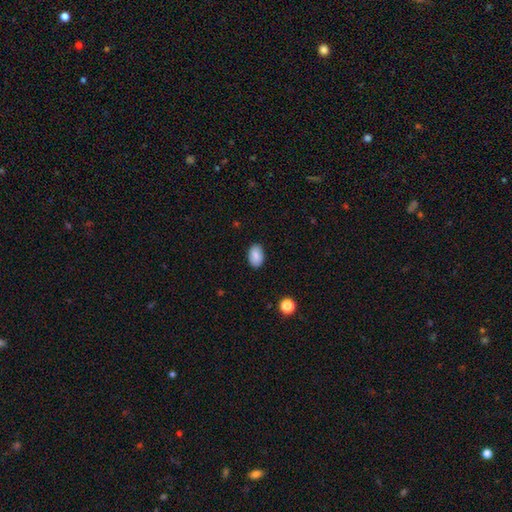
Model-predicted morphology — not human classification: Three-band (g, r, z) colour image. It shows a smooth galaxy with no disk features (86%) that is in between round and cigar-shaped (88%). Merging: none (88%).